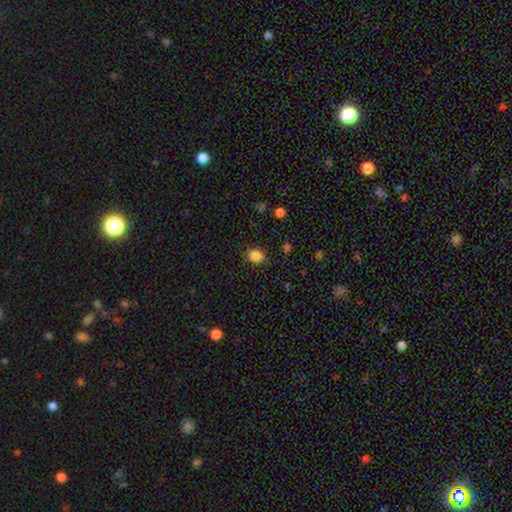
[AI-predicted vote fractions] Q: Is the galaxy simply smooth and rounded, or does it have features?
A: smooth — 85%.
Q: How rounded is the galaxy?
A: in between — 56%.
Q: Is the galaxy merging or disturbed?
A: none — 81%.